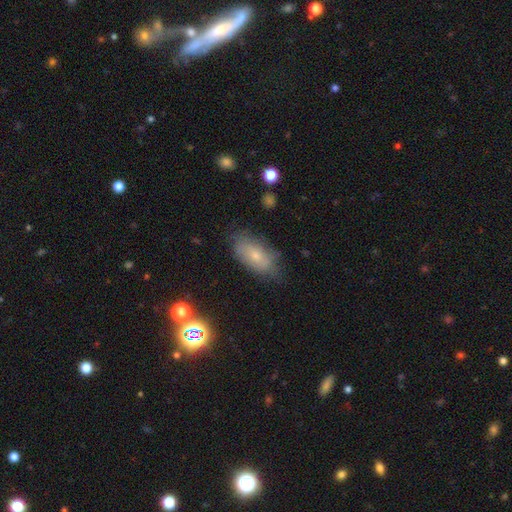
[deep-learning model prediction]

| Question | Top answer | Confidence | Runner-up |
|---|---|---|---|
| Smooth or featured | smooth | 64% | featured or disk (25%) |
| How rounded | in between | 89% | cigar-shaped (5%) |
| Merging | none | 67% | minor disturbance (24%) |